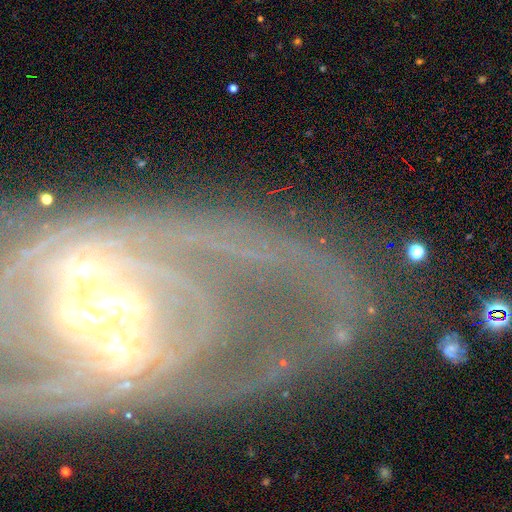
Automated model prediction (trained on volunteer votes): Smooth or featured? featured or disk (82%)
Edge-on disk? no (92%)
Bar? strong (36%)
Spiral arms? yes (85%)
Spiral winding? tight (56%)
Spiral arm count? 2 (37%)
Bulge size? moderate (52%)
Merging? none (63%)